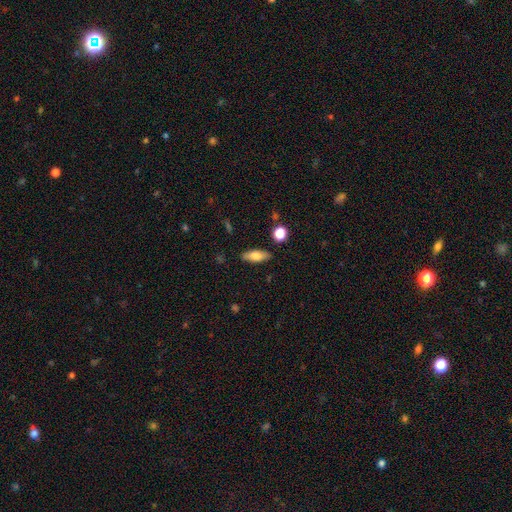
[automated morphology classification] Smooth or featured: smooth — 70% (featured or disk — 22%)
How rounded: in between — 67% (cigar-shaped — 29%)
Merging: none — 86% (minor disturbance — 9%)